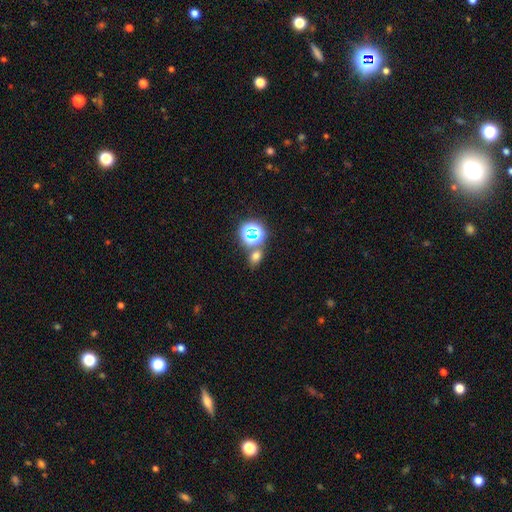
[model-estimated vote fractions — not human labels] Smooth or featured? Predicted: smooth (p=0.60). How rounded? Predicted: in between (p=0.60). Merging? Predicted: none (p=0.69).